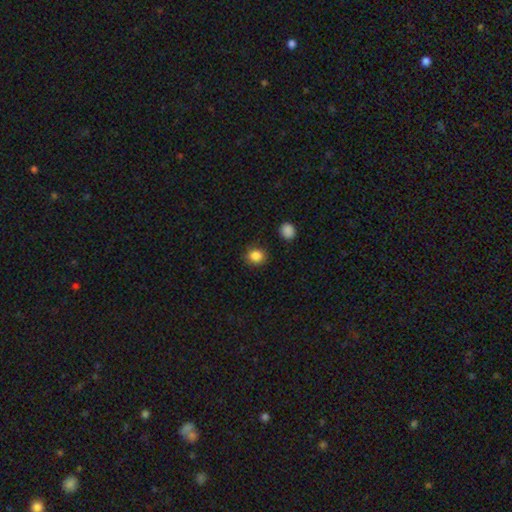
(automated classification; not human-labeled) A smooth galaxy with no disk features (86%) that is round (72%). Merging: none (86%).